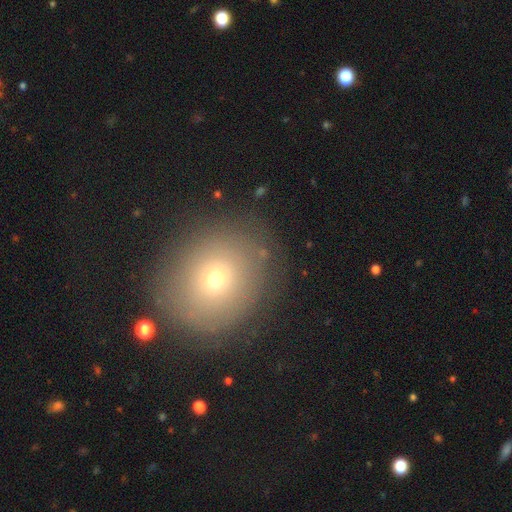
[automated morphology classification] smooth_or_featured: smooth (p=0.65) [alt: star or artifact p=0.18]
how_rounded: round (p=0.75) [alt: in between p=0.24]
merging: none (p=0.83) [alt: minor disturbance p=0.10]